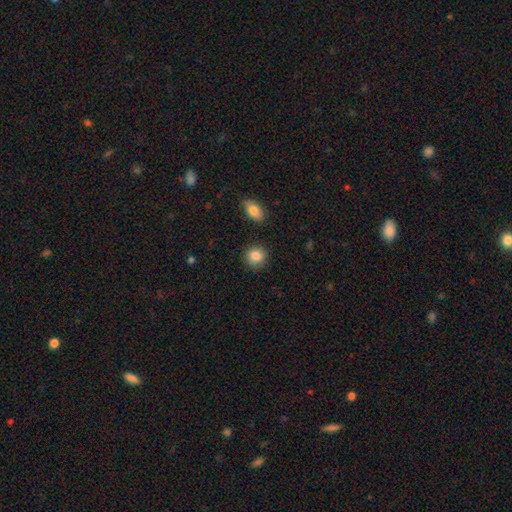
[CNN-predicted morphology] Smooth or featured? smooth (87%)
How rounded? round (84%)
Merging? none (86%)